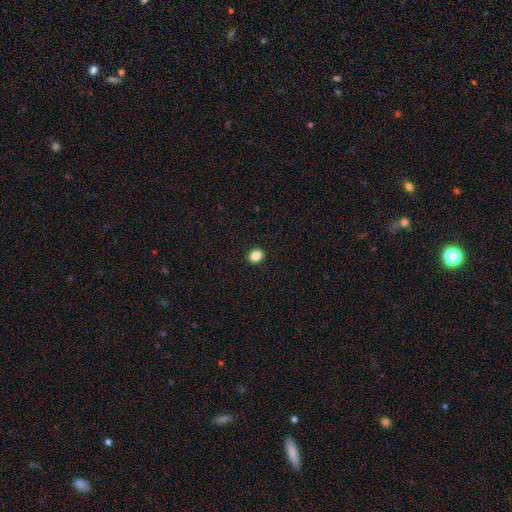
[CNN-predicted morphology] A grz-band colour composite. It shows a smooth galaxy with no disk features (86%) that is round (57%). Merging: none (92%).